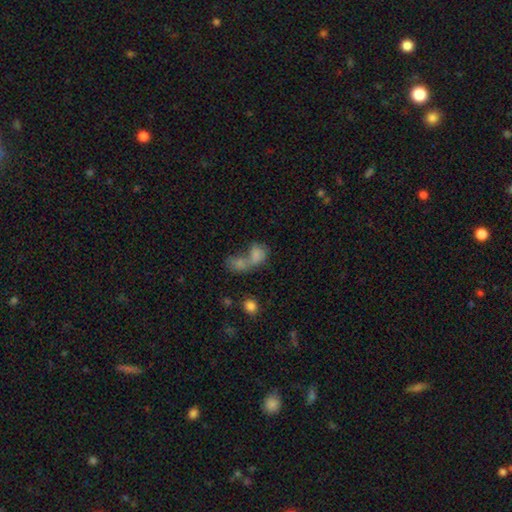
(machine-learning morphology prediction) The model was most divided on "how rounded": in between: 72%, round: 26%, cigar-shaped: 2%. More confident: smooth or featured — smooth (74%); merging — merger (70%).